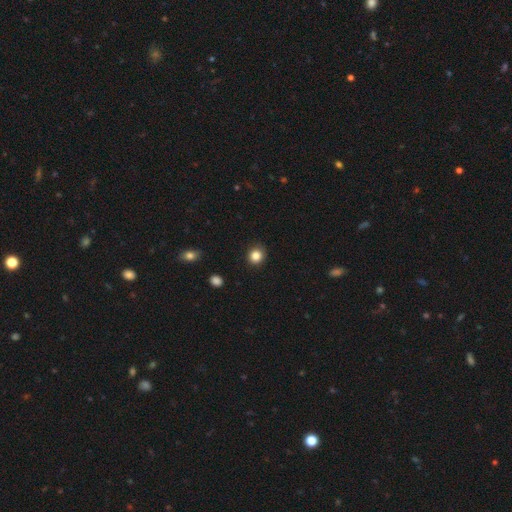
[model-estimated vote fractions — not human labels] Smooth or featured? Predicted: smooth (p=0.85). How rounded? Predicted: round (p=0.88). Merging? Predicted: none (p=0.89).